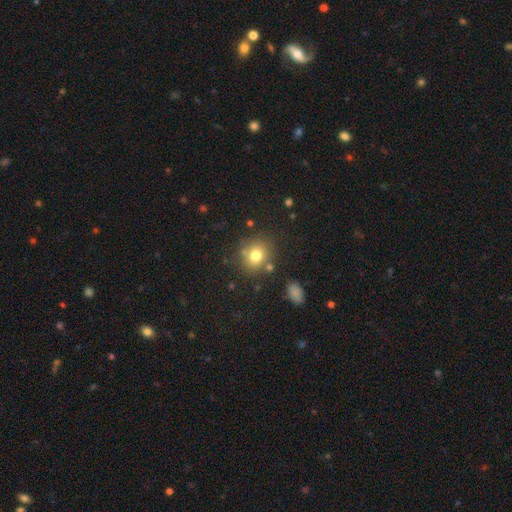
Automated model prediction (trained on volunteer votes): Morphology: type=smooth (76%); roundness=round (72%); merging=none (76%).